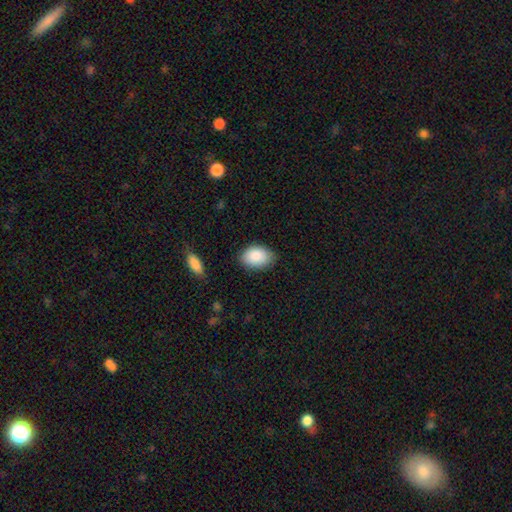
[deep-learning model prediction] Overall: smooth (88%). How rounded: in between (88%). Merging: none (82%).